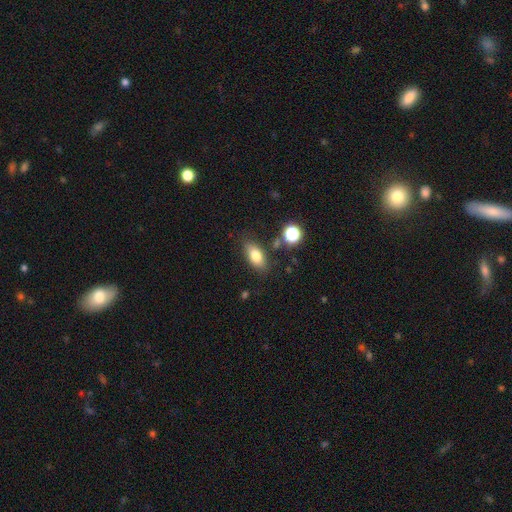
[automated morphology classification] Overall: smooth (76%). How rounded: in between (83%). Merging: none (80%).